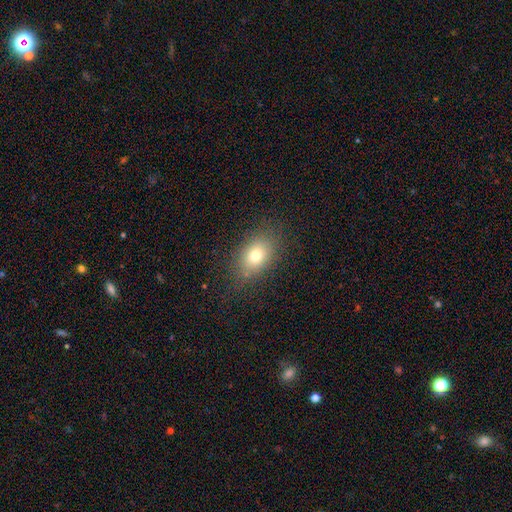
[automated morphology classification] smooth 73%, featured or disk 14%, star or artifact 13%. Down the decision tree: how rounded — in between (73%); merging — none (80%).